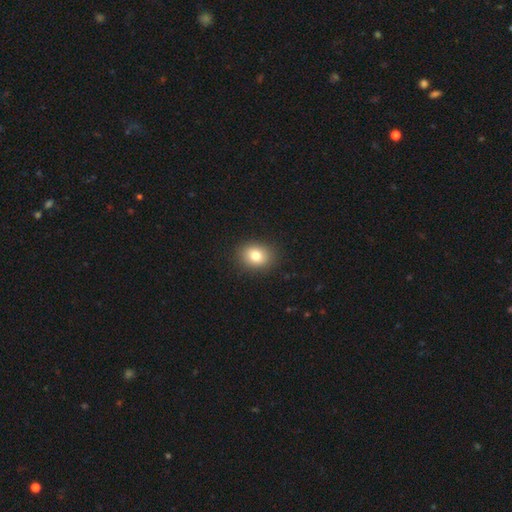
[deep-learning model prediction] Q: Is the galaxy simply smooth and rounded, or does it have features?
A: smooth — 81%.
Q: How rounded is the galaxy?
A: round — 53%.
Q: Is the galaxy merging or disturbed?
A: none — 89%.